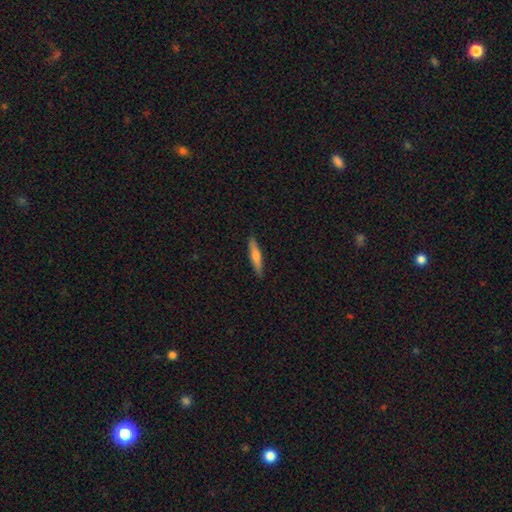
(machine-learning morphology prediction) Smooth or featured?
  - smooth: 61% *
  - featured or disk: 34%
  - star or artifact: 6%
How rounded?
  - cigar-shaped: 89% *
  - in between: 9%
  - round: 2%
Merging?
  - none: 91% *
  - minor disturbance: 7%
  - major disturbance: 1%
  - merger: 1%